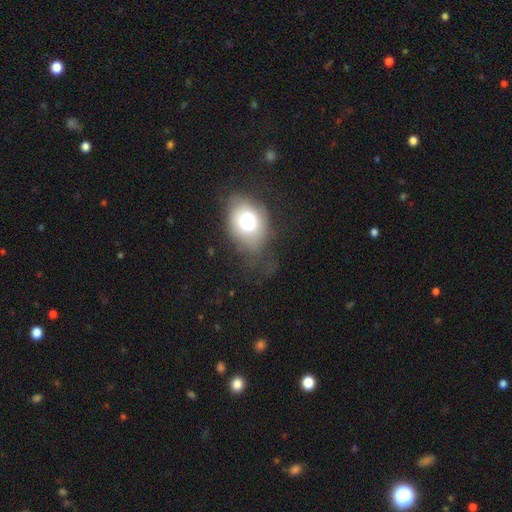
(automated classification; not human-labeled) Q: Smooth or featured?
A: smooth (63%); runner-up: featured or disk (23%)
Q: How rounded?
A: in between (60%); runner-up: round (38%)
Q: Merging?
A: none (56%); runner-up: minor disturbance (27%)